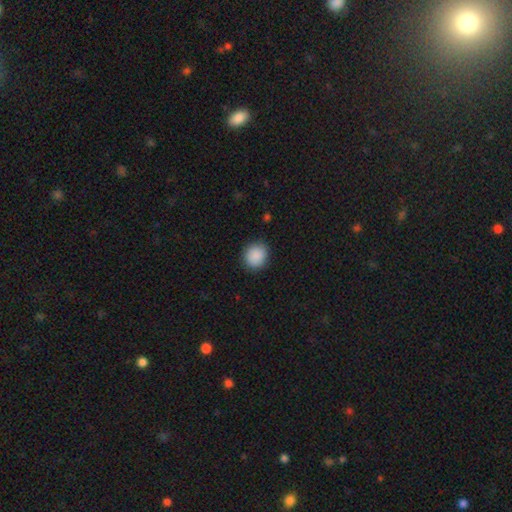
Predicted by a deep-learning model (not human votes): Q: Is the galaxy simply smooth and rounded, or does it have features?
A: smooth — 90%.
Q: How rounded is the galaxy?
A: round — 85%.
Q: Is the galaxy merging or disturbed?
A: none — 89%.